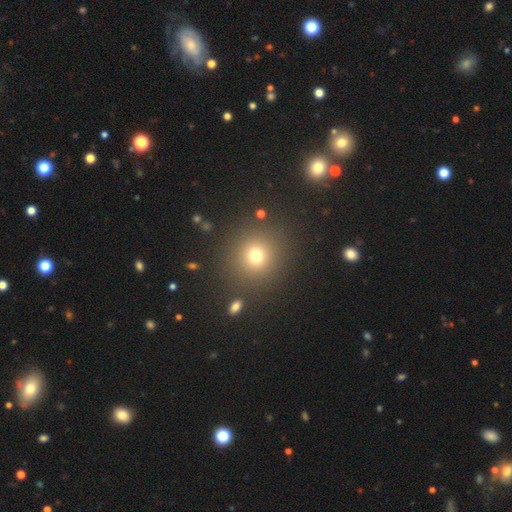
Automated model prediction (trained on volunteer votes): This is likely a smooth galaxy (72%). How rounded: clearly round (91%). Merging: clearly none (86%).